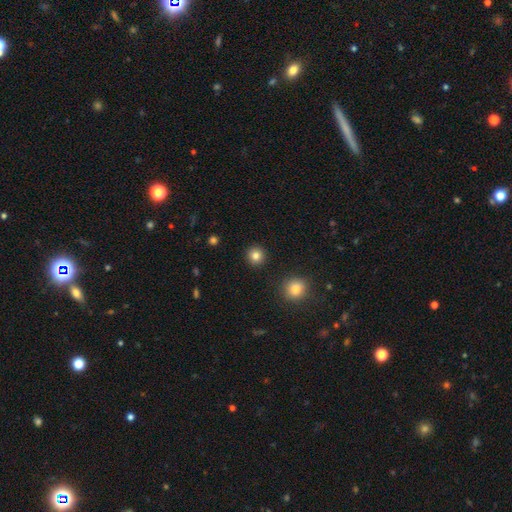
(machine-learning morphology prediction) The model was most divided on "smooth or featured": smooth: 83%, star or artifact: 12%, featured or disk: 5%. More confident: how rounded — round (95%); merging — none (92%).